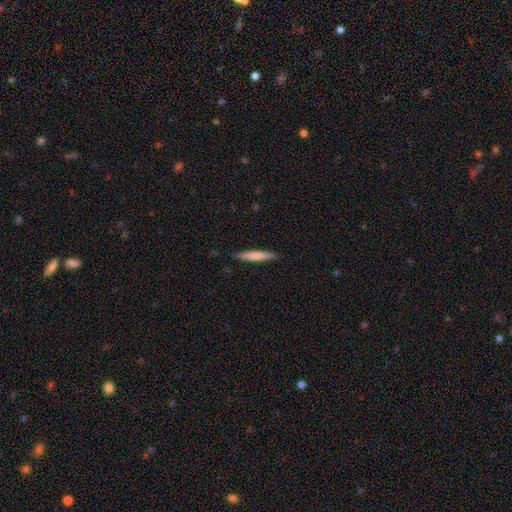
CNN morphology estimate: The model was most divided on "smooth or featured": smooth: 71%, featured or disk: 24%, star or artifact: 5%. More confident: how rounded — cigar-shaped (94%); merging — none (89%).